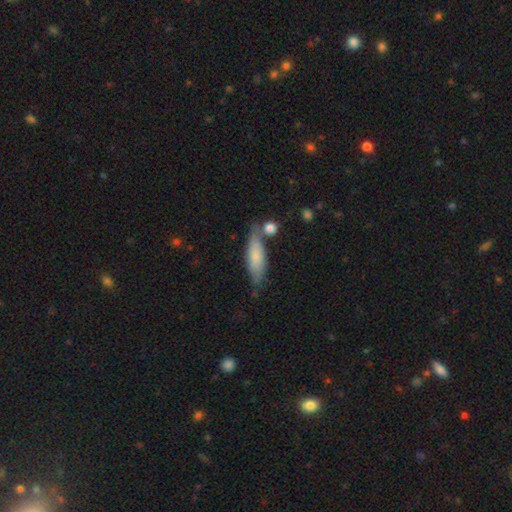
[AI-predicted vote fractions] A smooth galaxy with no disk features (72%) that is cigar-shaped (51%).

Vote fractions:
- Smooth or featured? smooth: 72% / featured or disk: 22% / star or artifact: 6%
- How rounded? cigar-shaped: 51% / in between: 46% / round: 2%
- Merging? none: 62% / minor disturbance: 21% / merger: 12% / major disturbance: 5%